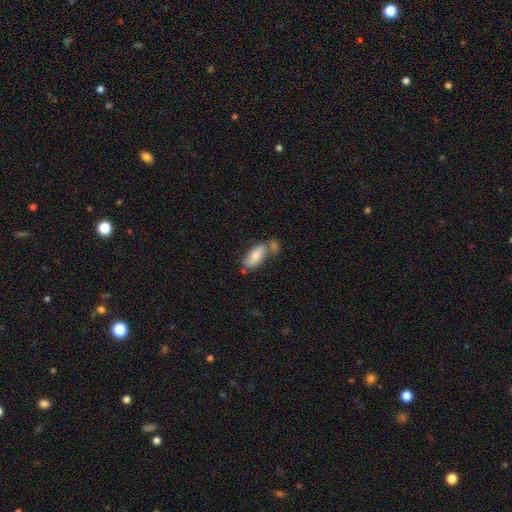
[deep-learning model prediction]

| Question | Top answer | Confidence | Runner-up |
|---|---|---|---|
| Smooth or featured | smooth | 68% | featured or disk (25%) |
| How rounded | in between | 83% | cigar-shaped (14%) |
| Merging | none | 44% | merger (32%) |